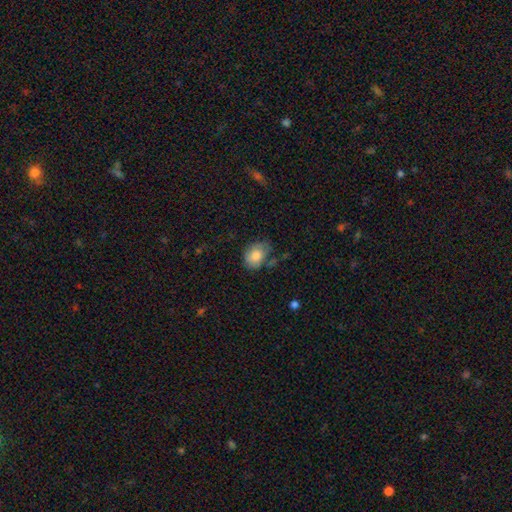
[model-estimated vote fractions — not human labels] This is likely a smooth galaxy (79%). How rounded: likely in between (66%). Merging: possibly none (59%).